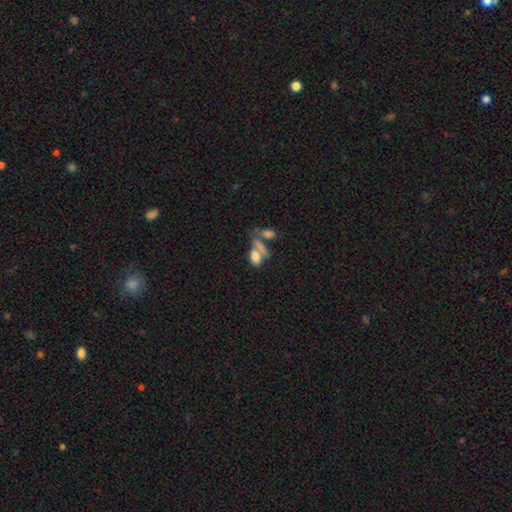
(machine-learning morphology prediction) Smooth or featured? smooth (74%)
How rounded? in between (82%)
Merging? merger (48%)